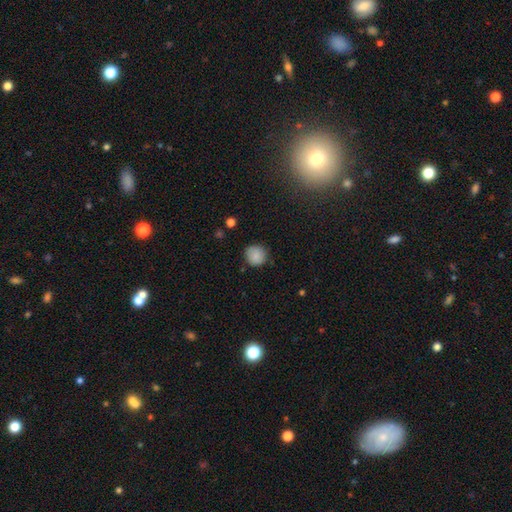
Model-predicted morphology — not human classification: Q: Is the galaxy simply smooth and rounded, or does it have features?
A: smooth — 86%.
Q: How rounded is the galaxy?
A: round — 91%.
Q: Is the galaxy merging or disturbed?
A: none — 81%.